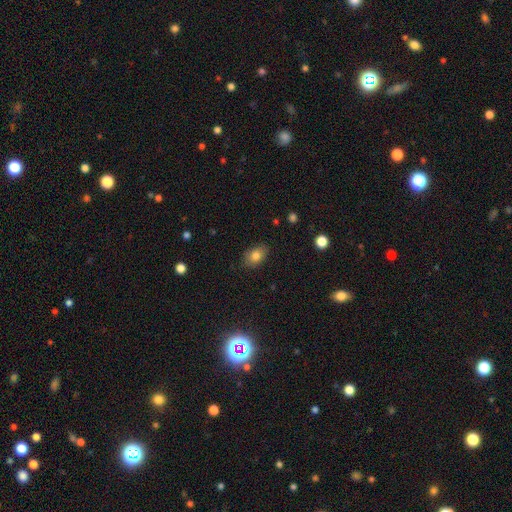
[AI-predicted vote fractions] A smooth galaxy with no disk features (81%) that is in between round and cigar-shaped (84%). Merging: none (85%).